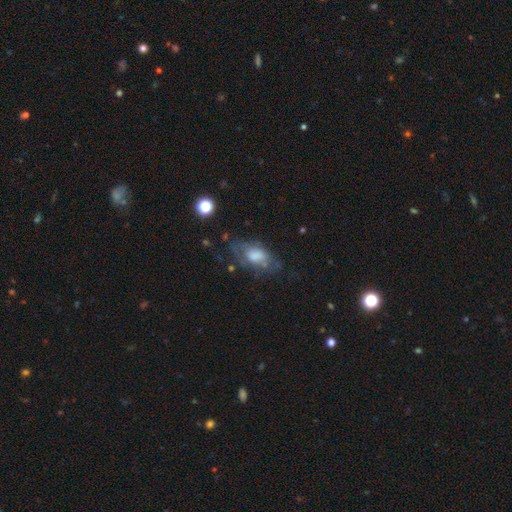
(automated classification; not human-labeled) A smooth galaxy with no disk features (54%) that is in between round and cigar-shaped (89%).

Vote fractions:
- Smooth or featured? smooth: 54% / featured or disk: 37% / star or artifact: 9%
- How rounded? in between: 89% / round: 7% / cigar-shaped: 4%
- Merging? none: 44% / minor disturbance: 28% / major disturbance: 25% / merger: 3%